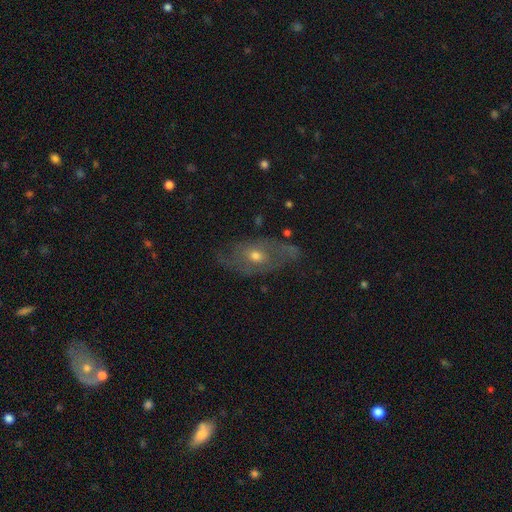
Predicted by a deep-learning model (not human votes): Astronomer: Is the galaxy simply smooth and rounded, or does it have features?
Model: featured or disk — 69%.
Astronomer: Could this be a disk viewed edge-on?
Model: no — 90%.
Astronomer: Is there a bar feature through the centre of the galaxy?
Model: no — 75%.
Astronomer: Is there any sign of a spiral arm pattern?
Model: yes — 70%.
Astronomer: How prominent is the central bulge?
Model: moderate — 62%.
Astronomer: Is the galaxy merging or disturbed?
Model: none — 67%.